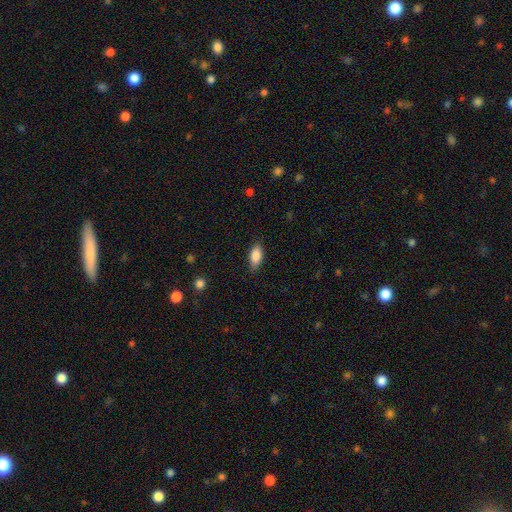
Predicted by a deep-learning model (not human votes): Smooth or featured? Predicted: smooth (p=0.86). How rounded? Predicted: in between (p=0.87). Merging? Predicted: none (p=0.83).